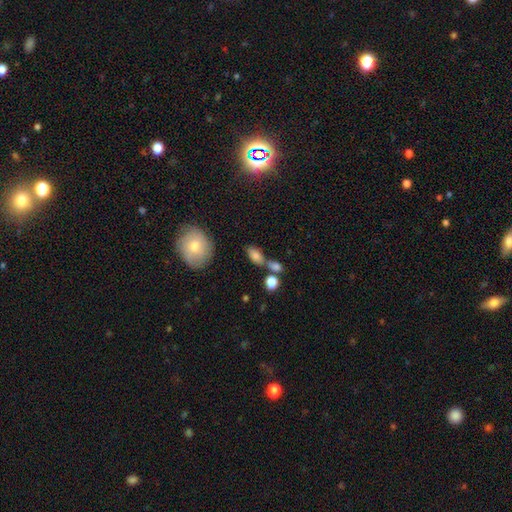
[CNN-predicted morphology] The model was most divided on "merging": none: 47%, merger: 32%, minor disturbance: 15%, major disturbance: 7%. More confident: how rounded — in between (81%); smooth or featured — smooth (78%).